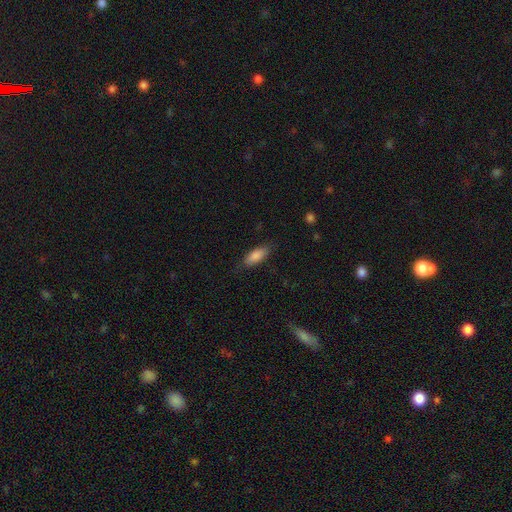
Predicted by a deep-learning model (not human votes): Smooth or featured: smooth — 86% (featured or disk — 8%)
How rounded: in between — 79% (cigar-shaped — 19%)
Merging: none — 81% (minor disturbance — 15%)